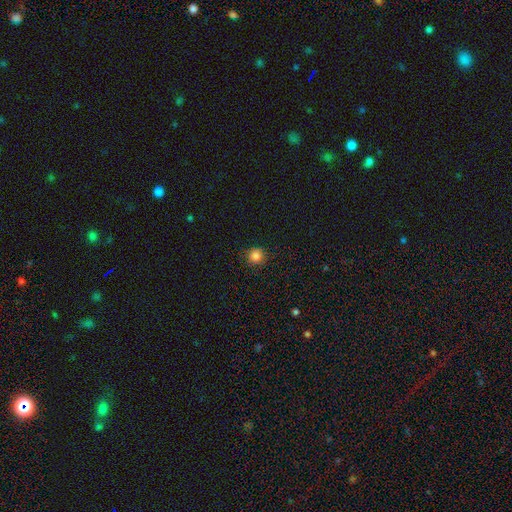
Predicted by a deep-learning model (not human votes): This appears to be a smooth galaxy with no disk features (84%) that is round (93%). Merging: none (89%).